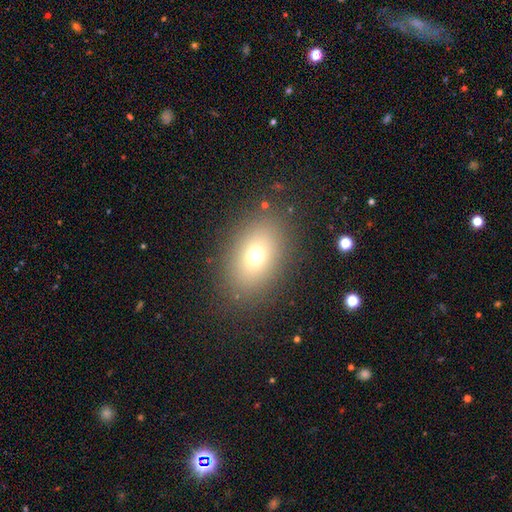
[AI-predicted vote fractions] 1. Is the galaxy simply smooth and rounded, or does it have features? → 71% smooth, 15% star or artifact, 14% featured or disk.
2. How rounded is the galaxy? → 76% in between, 23% round, 2% cigar-shaped.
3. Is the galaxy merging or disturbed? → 85% none, 9% minor disturbance, 5% major disturbance, 1% merger.